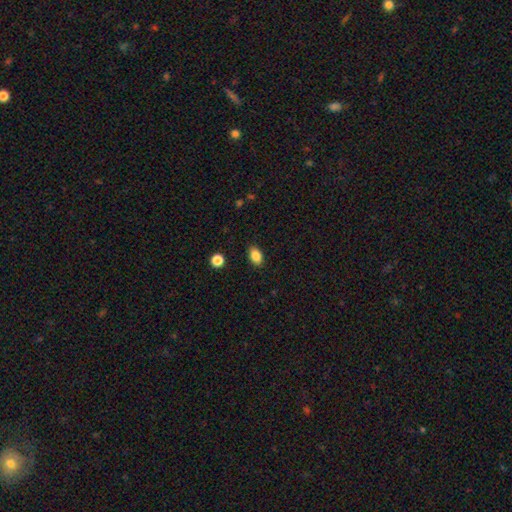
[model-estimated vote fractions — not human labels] A smooth galaxy with no disk features (86%) that is in between round and cigar-shaped (86%).

Vote fractions:
- Smooth or featured? smooth: 86% / star or artifact: 9% / featured or disk: 5%
- How rounded? in between: 86% / round: 12% / cigar-shaped: 2%
- Merging? none: 88% / minor disturbance: 9% / major disturbance: 2% / merger: 1%